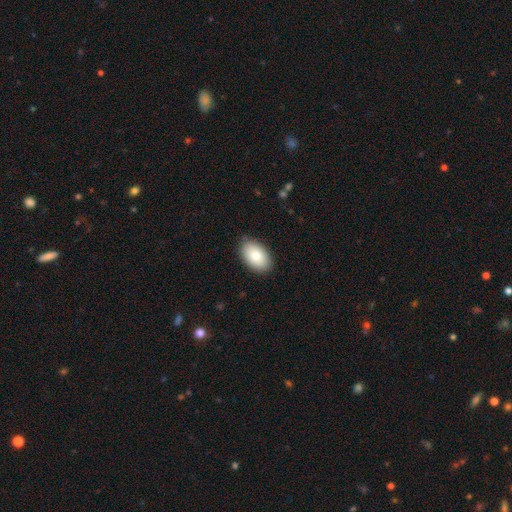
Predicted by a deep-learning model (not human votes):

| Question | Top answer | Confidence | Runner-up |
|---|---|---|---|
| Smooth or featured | smooth | 82% | featured or disk (12%) |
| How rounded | in between | 93% | round (6%) |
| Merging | none | 86% | minor disturbance (11%) |